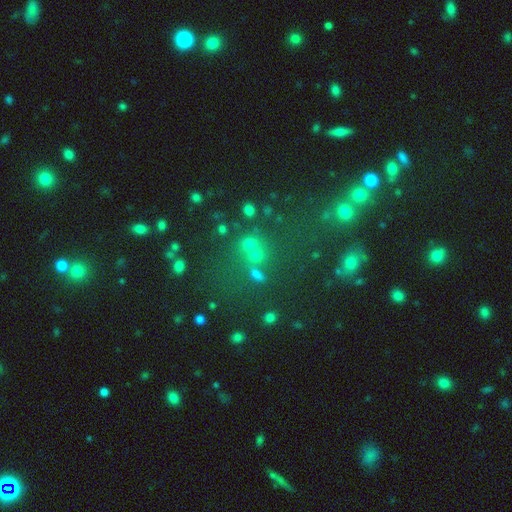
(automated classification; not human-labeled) Q: Smooth or featured?
A: smooth (59%); runner-up: star or artifact (28%)
Q: How rounded?
A: round (72%); runner-up: in between (26%)
Q: Merging?
A: none (54%); runner-up: merger (30%)